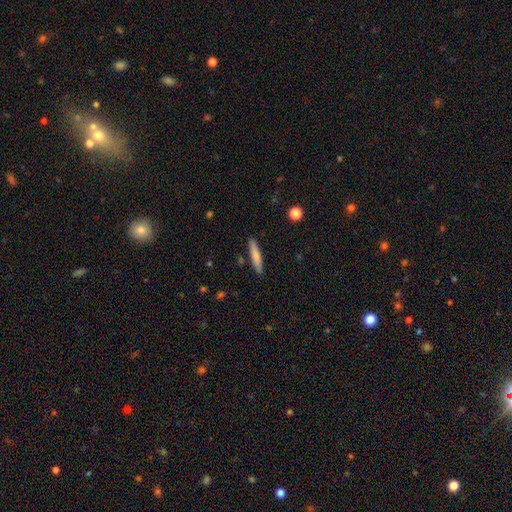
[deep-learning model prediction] Smooth or featured: smooth — 75% (featured or disk — 19%)
How rounded: cigar-shaped — 92% (in between — 7%)
Merging: none — 89% (minor disturbance — 8%)